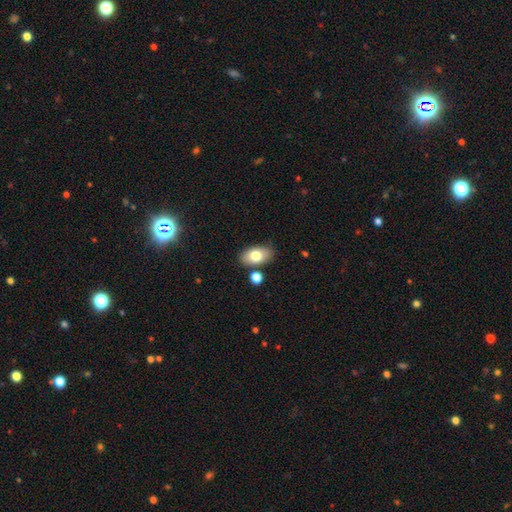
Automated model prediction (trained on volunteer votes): The model was most divided on "smooth or featured": smooth: 78%, featured or disk: 14%, star or artifact: 7%. More confident: how rounded — in between (92%); merging — none (79%).